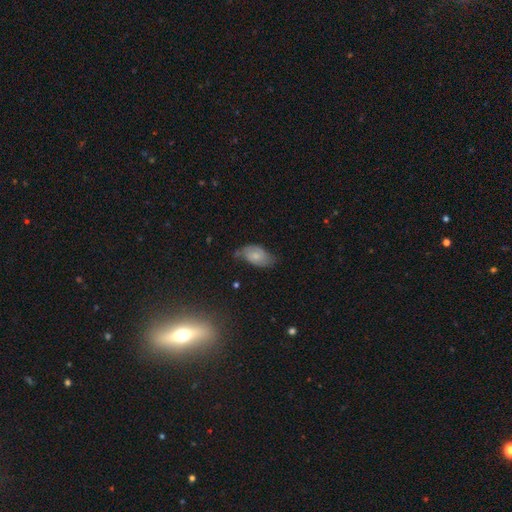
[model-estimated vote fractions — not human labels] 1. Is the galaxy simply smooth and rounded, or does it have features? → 54% smooth, 38% featured or disk, 8% star or artifact.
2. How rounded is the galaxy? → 92% in between, 5% round, 2% cigar-shaped.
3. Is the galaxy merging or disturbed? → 52% none, 35% minor disturbance, 10% major disturbance, 3% merger.